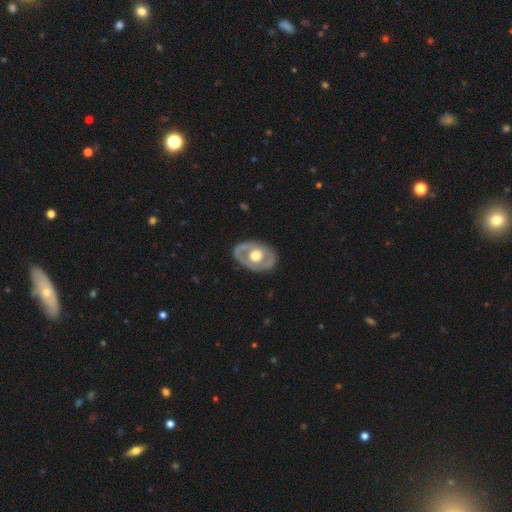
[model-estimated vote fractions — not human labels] Overall: featured or disk (62%; smooth 34%). Edge-on disk: no (91%). Bar: no (85%). Spiral arms: no (78%). Bulge size: moderate (52%; large 42%). Merging: none (78%).